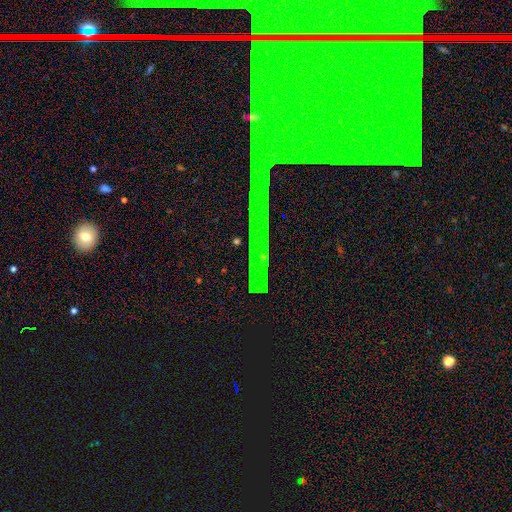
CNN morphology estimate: A star or artifact, not a galaxy (76%).

Vote fractions:
- Smooth or featured? star or artifact: 76% / featured or disk: 13% / smooth: 10%